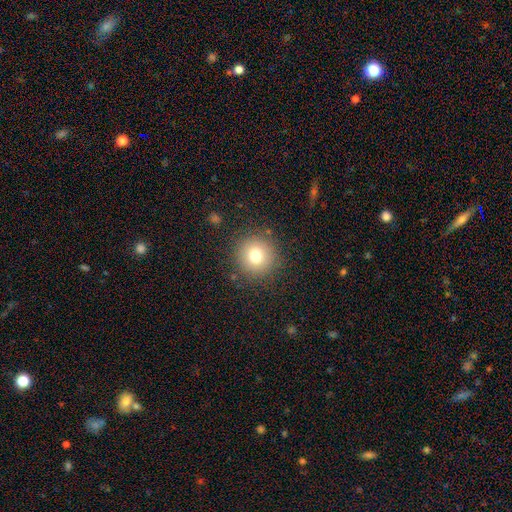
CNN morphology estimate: A smooth galaxy with no disk features (75%) that is round (95%).

Vote fractions:
- Smooth or featured? smooth: 75% / star or artifact: 13% / featured or disk: 11%
- How rounded? round: 95% / in between: 5% / cigar-shaped: 1%
- Merging? none: 88% / minor disturbance: 8% / major disturbance: 3% / merger: 1%